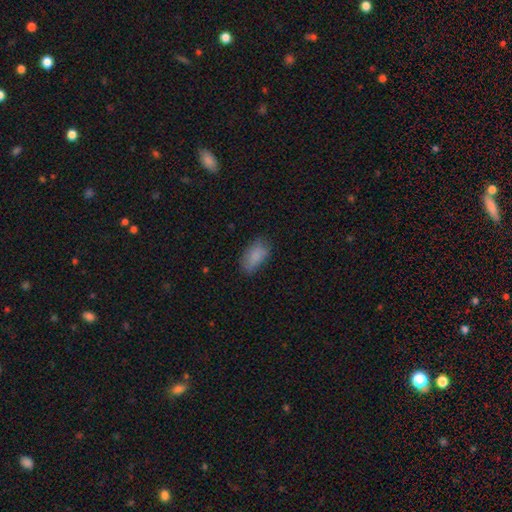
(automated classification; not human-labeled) This is clearly a smooth galaxy (84%). How rounded: clearly in between (92%). Merging: likely none (70%).